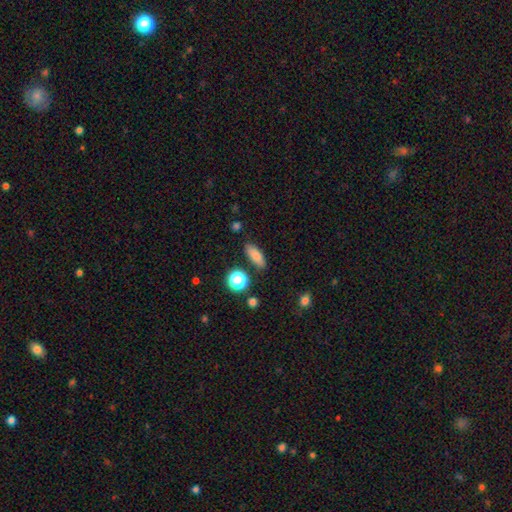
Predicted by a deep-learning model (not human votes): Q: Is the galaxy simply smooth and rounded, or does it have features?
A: smooth — 79%.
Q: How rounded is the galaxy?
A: in between — 66%.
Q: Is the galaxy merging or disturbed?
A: none — 83%.